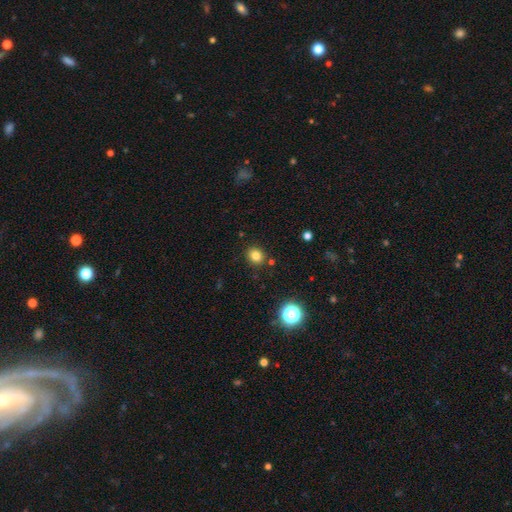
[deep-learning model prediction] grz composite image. It shows a smooth galaxy with no disk features (81%) that is round (80%). Merging: none (88%).